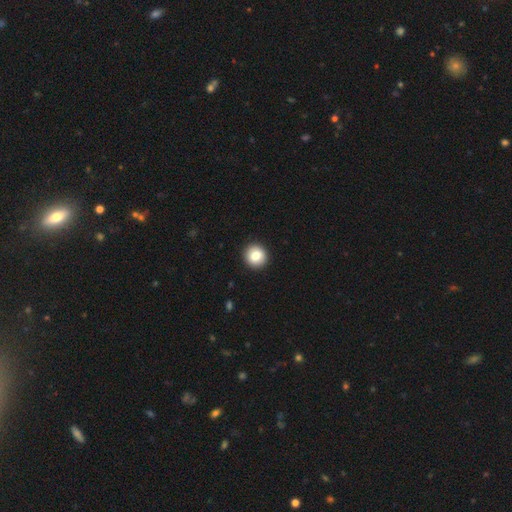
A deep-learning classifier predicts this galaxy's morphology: Smooth or featured? Predicted: smooth (p=0.83). How rounded? Predicted: round (p=0.93). Merging? Predicted: none (p=0.93).